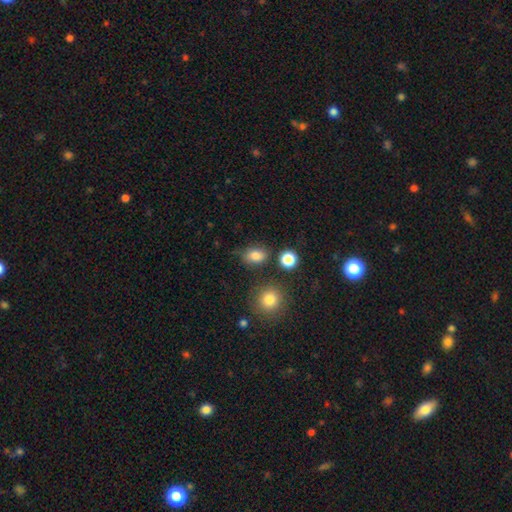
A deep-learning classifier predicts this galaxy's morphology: Q: Smooth or featured?
A: smooth (81%); runner-up: star or artifact (13%)
Q: How rounded?
A: in between (65%); runner-up: round (34%)
Q: Merging?
A: none (72%); runner-up: minor disturbance (17%)